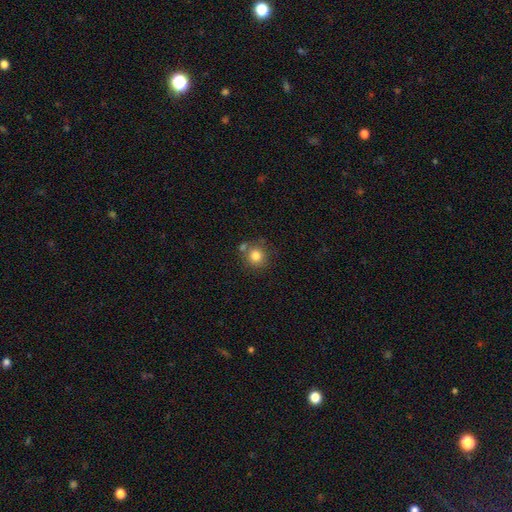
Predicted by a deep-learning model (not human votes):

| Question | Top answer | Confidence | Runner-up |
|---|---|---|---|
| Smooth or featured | smooth | 81% | star or artifact (11%) |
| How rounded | round | 91% | in between (8%) |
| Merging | none | 70% | merger (16%) |